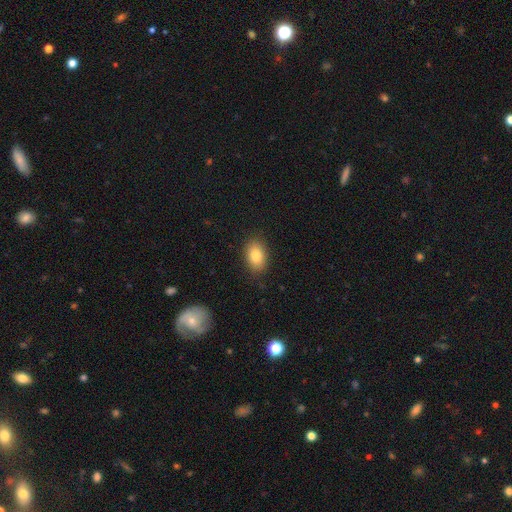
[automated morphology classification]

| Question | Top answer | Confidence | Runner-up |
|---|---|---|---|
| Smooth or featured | smooth | 84% | featured or disk (8%) |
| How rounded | in between | 85% | round (14%) |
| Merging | none | 85% | minor disturbance (11%) |